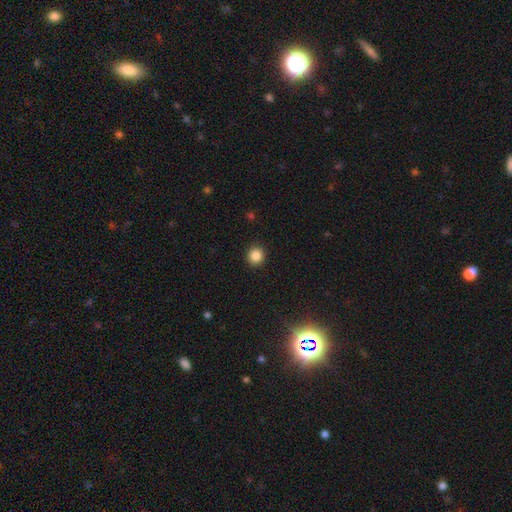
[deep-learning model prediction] This appears to be a smooth galaxy with no disk features (85%) that is round (92%). Merging: none (93%).